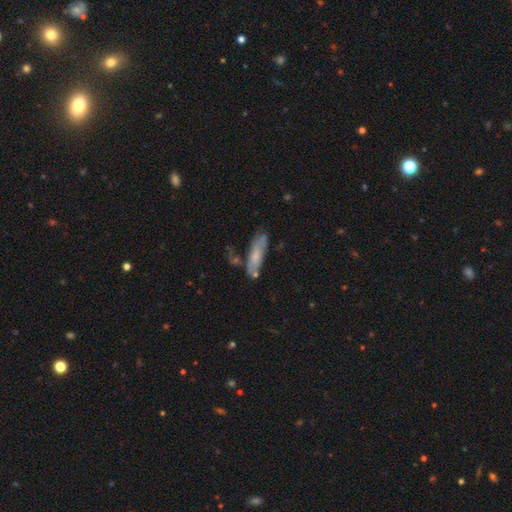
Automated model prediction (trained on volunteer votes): Smooth or featured: smooth — 56% (featured or disk — 37%)
How rounded: cigar-shaped — 62% (in between — 36%)
Merging: none — 56% (minor disturbance — 24%)